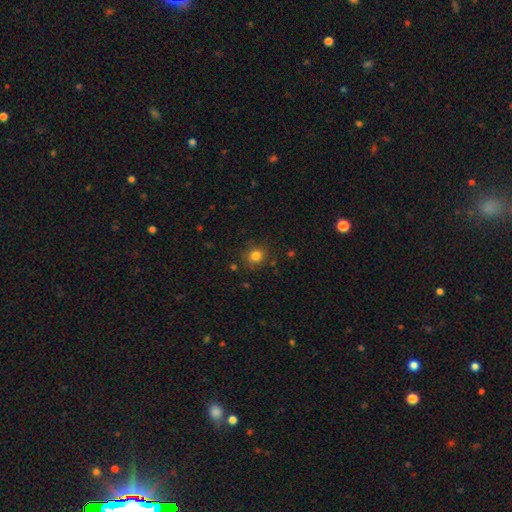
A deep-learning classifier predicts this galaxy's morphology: smooth 81%, star or artifact 13%, featured or disk 6%. Down the decision tree: how rounded — round (83%); merging — none (83%).